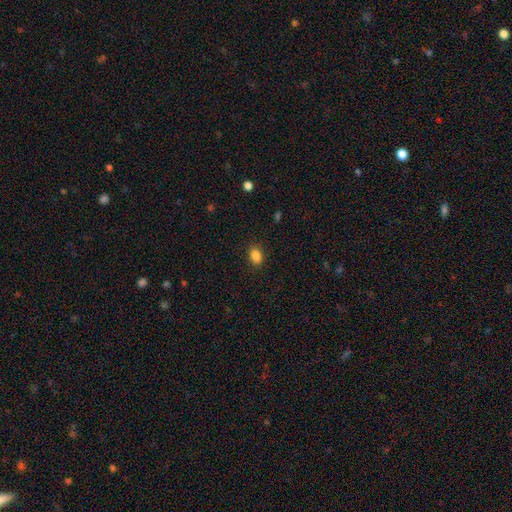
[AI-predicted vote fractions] A smooth galaxy with no disk features (87%) that is in between round and cigar-shaped (81%).

Vote fractions:
- Smooth or featured? smooth: 87% / star or artifact: 10% / featured or disk: 4%
- How rounded? in between: 81% / round: 18% / cigar-shaped: 1%
- Merging? none: 88% / minor disturbance: 9% / major disturbance: 2% / merger: 1%